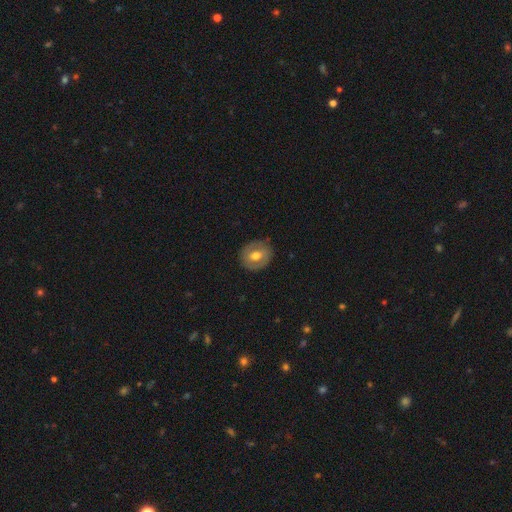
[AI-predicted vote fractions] This appears to be a smooth galaxy with no disk features (54%) that is round (72%). Merging: none (86%).